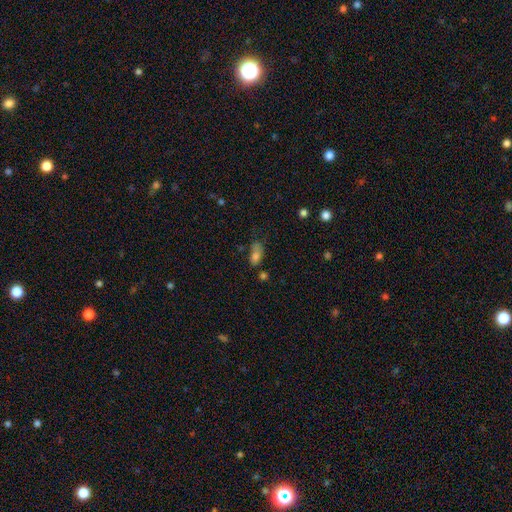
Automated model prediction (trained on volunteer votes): Smooth or featured?
  - smooth: 75% *
  - featured or disk: 13%
  - star or artifact: 12%
How rounded?
  - in between: 82% *
  - cigar-shaped: 10%
  - round: 8%
Merging?
  - none: 35% *
  - minor disturbance: 30%
  - major disturbance: 21%
  - merger: 14%